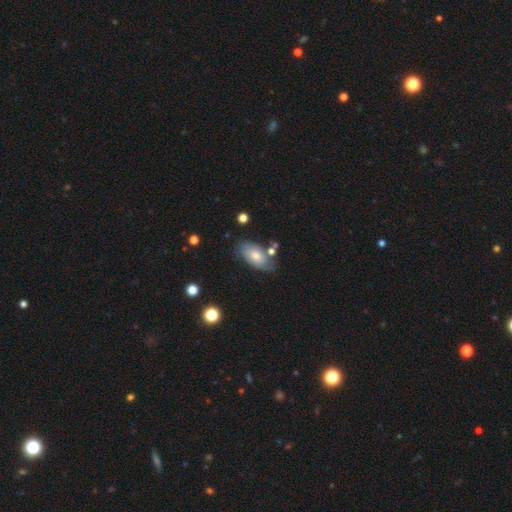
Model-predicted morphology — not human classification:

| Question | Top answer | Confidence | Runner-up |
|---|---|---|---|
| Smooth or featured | smooth | 58% | featured or disk (35%) |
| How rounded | in between | 91% | round (5%) |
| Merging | none | 66% | minor disturbance (21%) |